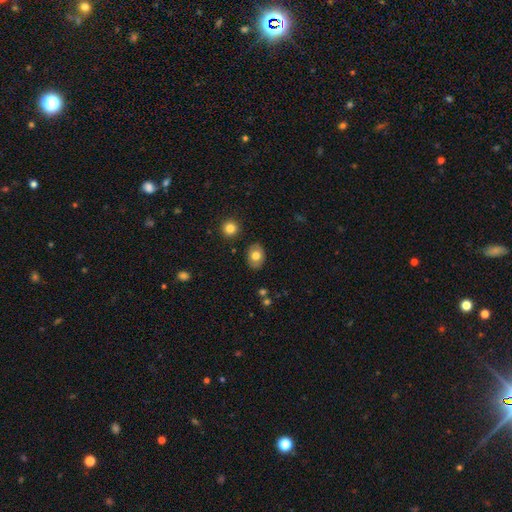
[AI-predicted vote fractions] Overall: smooth (75%). How rounded: in between (67%; round 32%). Merging: none (86%).